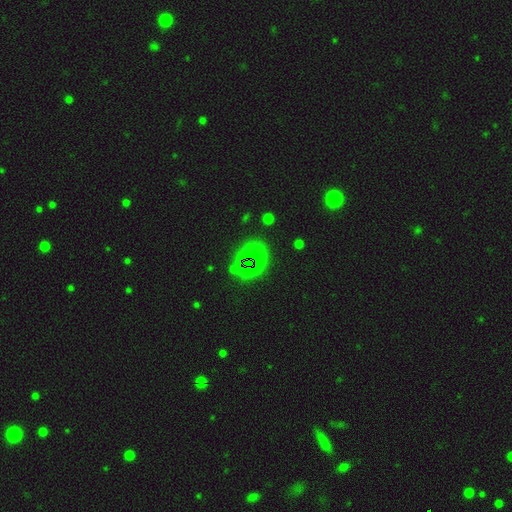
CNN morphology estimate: Smooth or featured: star or artifact — 52% (smooth — 38%)